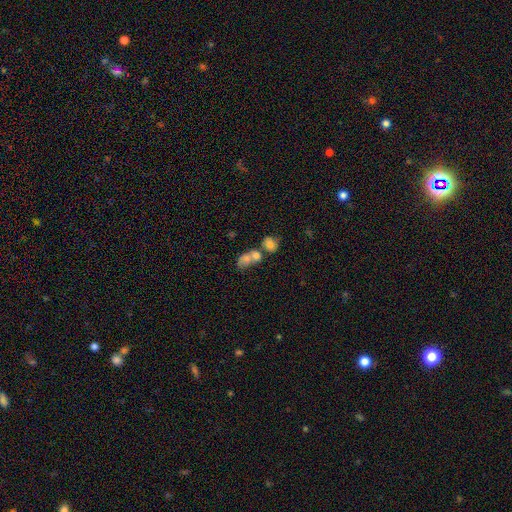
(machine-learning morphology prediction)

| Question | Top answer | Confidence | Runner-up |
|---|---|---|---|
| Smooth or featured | smooth | 72% | featured or disk (17%) |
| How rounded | in between | 51% | round (47%) |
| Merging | merger | 60% | none (24%) |